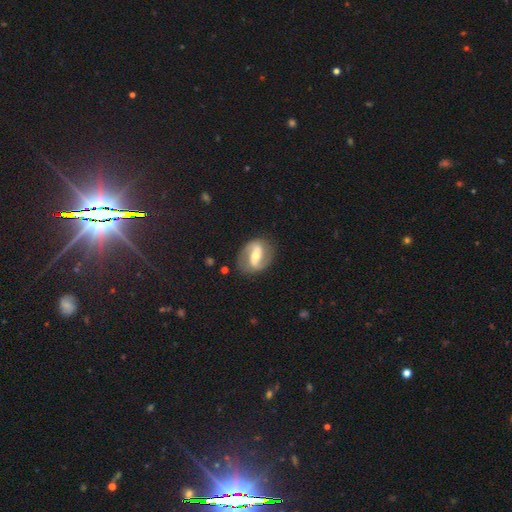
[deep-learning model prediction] A featured or disk galaxy (80%) with a strong bar (55%), 2 (90%) medium (44%) spiral arms (86%) and a moderate central bulge (62%).

Vote fractions:
- Smooth or featured? featured or disk: 80% / smooth: 15% / star or artifact: 5%
- Edge-on disk? no: 96% / yes: 4%
- Bar? strong: 55% / weak: 31% / no: 15%
- Spiral arms? yes: 86% / no: 14%
- Spiral winding? medium: 44% / loose: 33% / tight: 23%
- Spiral arm count? 2: 90% / can't tell: 5% / 1: 3% / 3: 1% / 4: 1% / more than 4: 1%
- Bulge size? moderate: 62% / small: 28% / large: 7% / none: 2% / dominant: 1%
- Merging? none: 82% / minor disturbance: 12% / major disturbance: 5% / merger: 1%